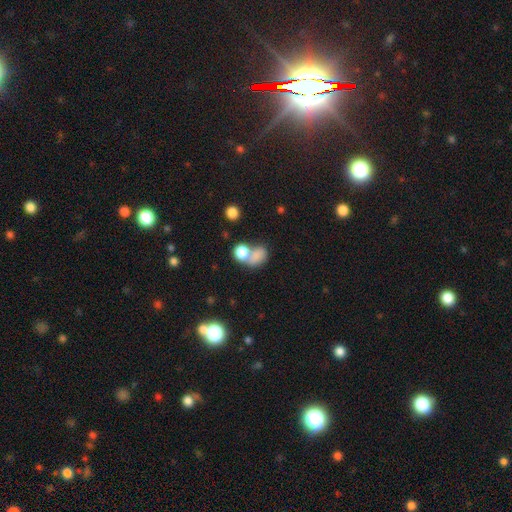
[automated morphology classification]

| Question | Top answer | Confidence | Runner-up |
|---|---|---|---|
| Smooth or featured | smooth | 76% | star or artifact (12%) |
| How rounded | in between | 58% | round (41%) |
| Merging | merger | 50% | none (28%) |